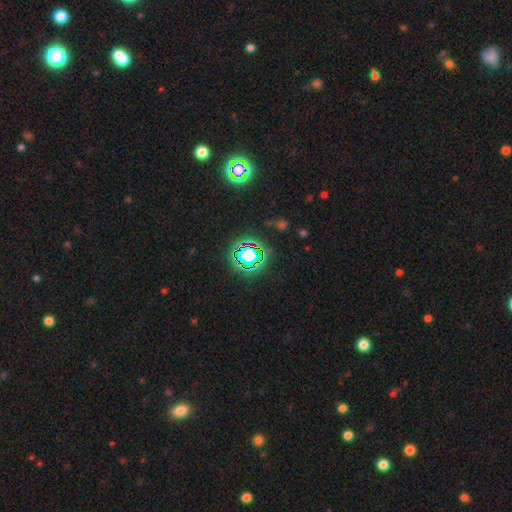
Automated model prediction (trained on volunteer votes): This appears to be a star or artifact, not a galaxy (78%).